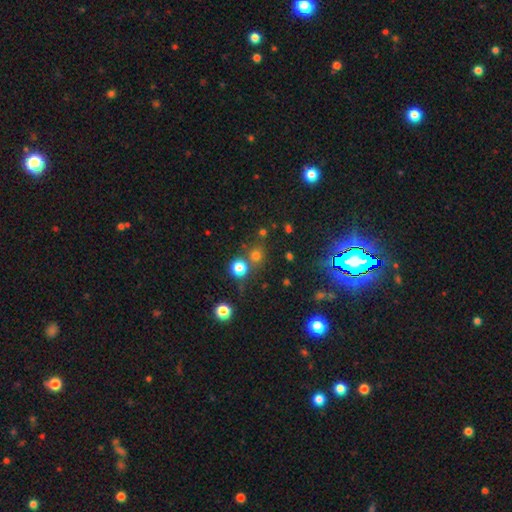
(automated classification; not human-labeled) smooth-or-featured: smooth: 69% | star or artifact: 24% | featured or disk: 7%
  how-rounded: round: 90% | in between: 9% | cigar-shaped: 1%
  merging: none: 68% | merger: 21% | minor disturbance: 7% | major disturbance: 4%